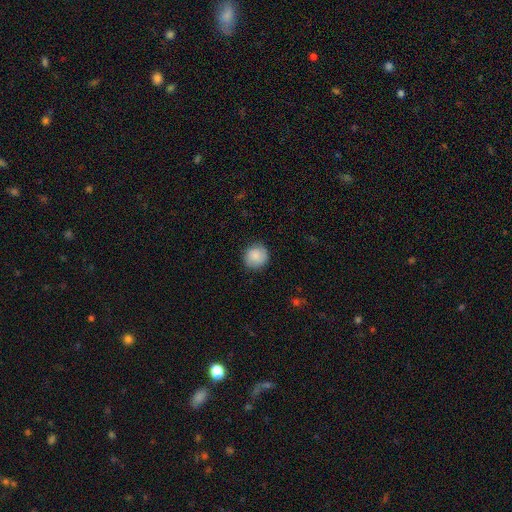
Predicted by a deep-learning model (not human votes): This is clearly a smooth galaxy (80%). How rounded: clearly round (90%). Merging: clearly none (85%).